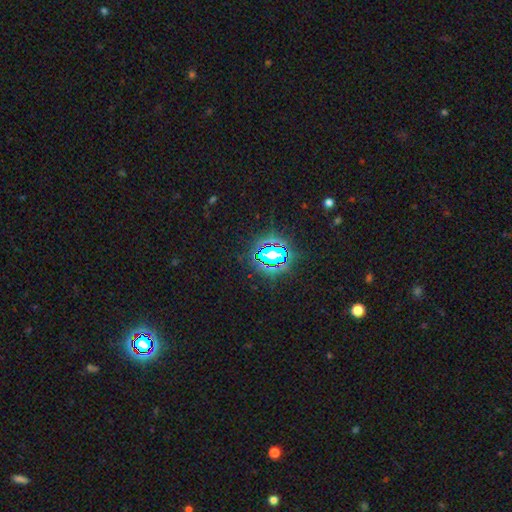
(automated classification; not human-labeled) Smooth or featured? Predicted: star or artifact (p=0.82).